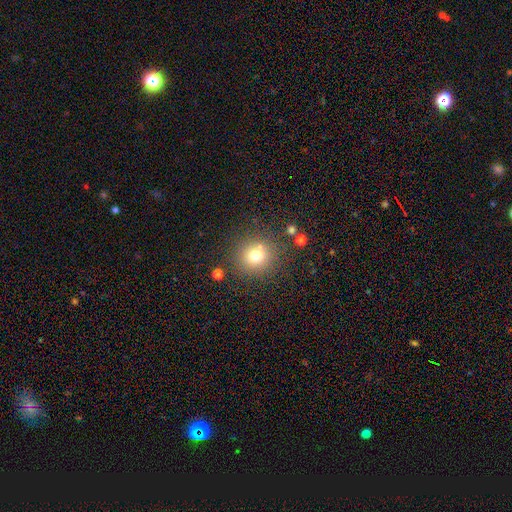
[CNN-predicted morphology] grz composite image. It shows a smooth galaxy with no disk features (73%) that is round (90%). Merging: none (79%).